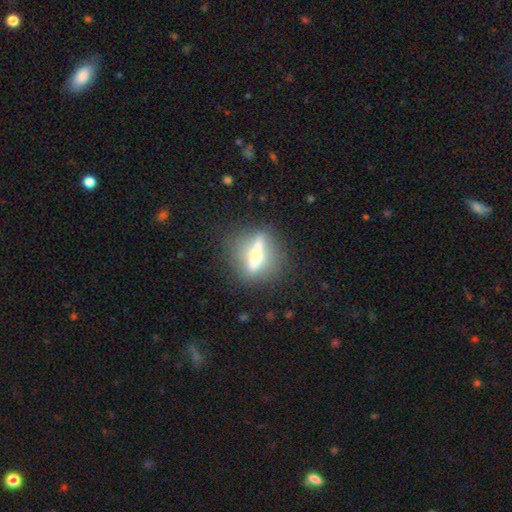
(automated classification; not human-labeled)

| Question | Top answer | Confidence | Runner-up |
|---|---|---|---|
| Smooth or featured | featured or disk | 56% | smooth (32%) |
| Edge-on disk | yes | 54% | no (46%) |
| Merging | none | 69% | minor disturbance (14%) |